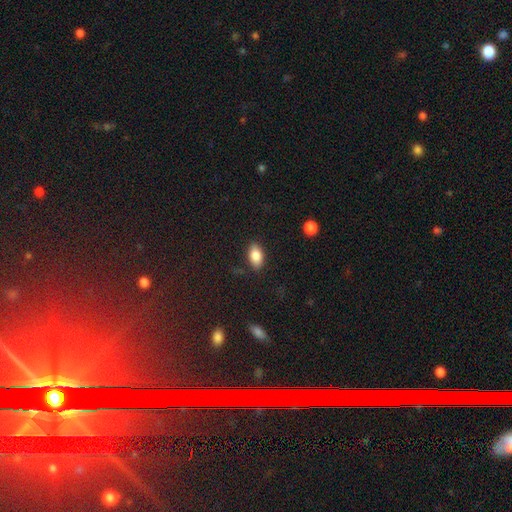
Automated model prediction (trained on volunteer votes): smooth-or-featured: smooth: 84% | featured or disk: 8% | star or artifact: 8%
  how-rounded: in between: 91% | round: 6% | cigar-shaped: 3%
  merging: none: 86% | minor disturbance: 10% | major disturbance: 3% | merger: 1%